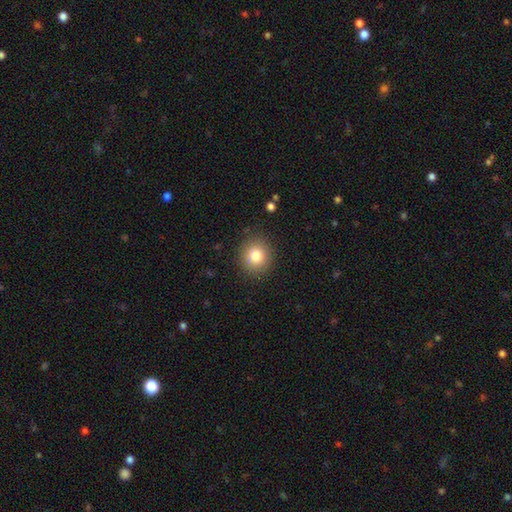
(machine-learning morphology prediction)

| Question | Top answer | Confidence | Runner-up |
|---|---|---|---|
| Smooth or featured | smooth | 81% | star or artifact (10%) |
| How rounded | round | 86% | in between (13%) |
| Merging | none | 87% | minor disturbance (9%) |